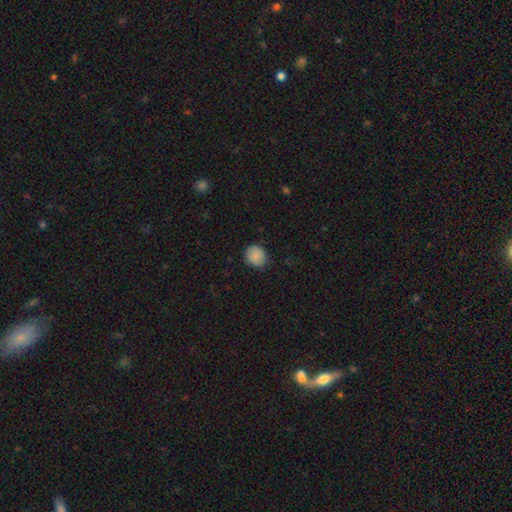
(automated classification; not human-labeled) Morphology: type=smooth (86%); roundness=round (76%); merging=none (83%).